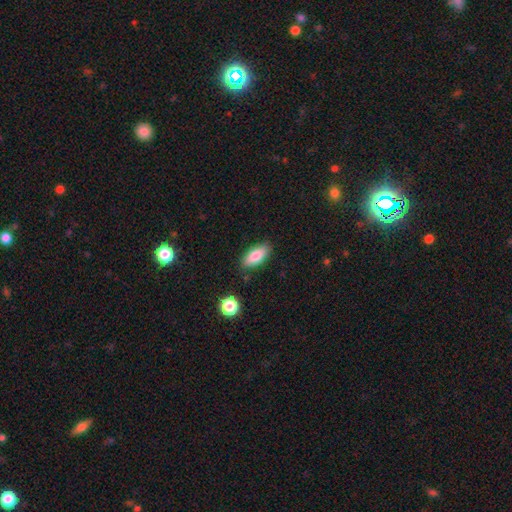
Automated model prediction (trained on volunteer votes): A smooth galaxy with no disk features (82%) that is in between round and cigar-shaped (84%).

Vote fractions:
- Smooth or featured? smooth: 82% / featured or disk: 11% / star or artifact: 7%
- How rounded? in between: 84% / cigar-shaped: 13% / round: 3%
- Merging? none: 84% / minor disturbance: 11% / merger: 3% / major disturbance: 2%